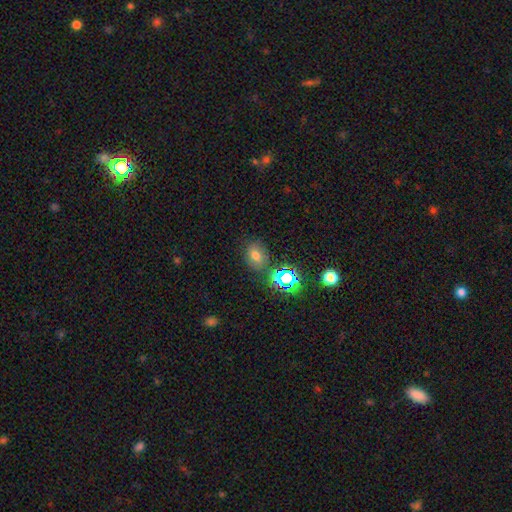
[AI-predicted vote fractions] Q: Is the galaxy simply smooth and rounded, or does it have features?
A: smooth — 62%.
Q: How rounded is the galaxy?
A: in between — 58%.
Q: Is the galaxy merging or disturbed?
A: none — 74%.